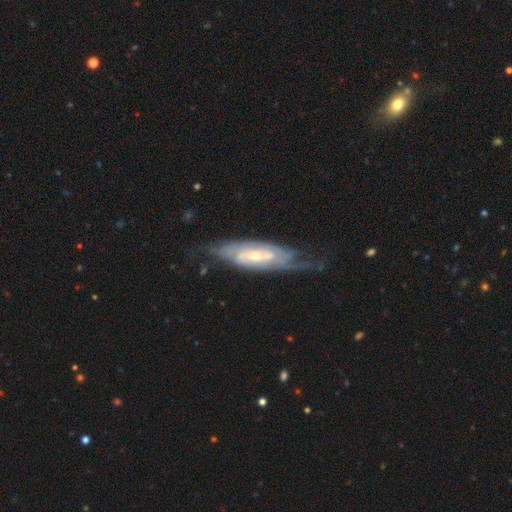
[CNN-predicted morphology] The model was most divided on "bar": weak: 42%, no: 37%, strong: 21%. Remaining: spiral arms — yes (89%); edge-on disk — no (81%); smooth or featured — featured or disk (81%); merging — none (58%); bulge size — small (55%); spiral winding — tight (53%); spiral arm count — can't tell (44%).